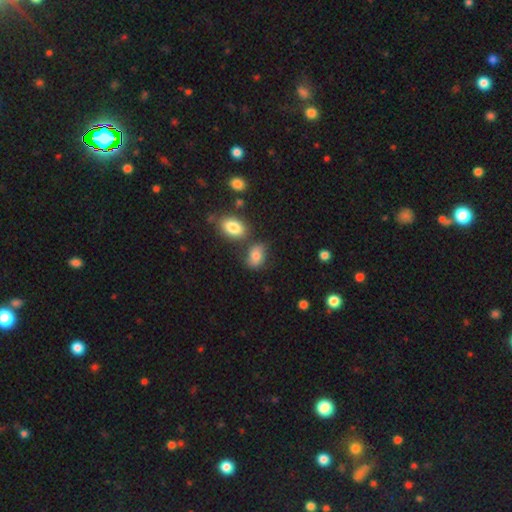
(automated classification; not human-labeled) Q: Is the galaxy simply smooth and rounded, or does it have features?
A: smooth — 75%.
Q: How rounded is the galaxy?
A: in between — 78%.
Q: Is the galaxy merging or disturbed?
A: none — 58%.